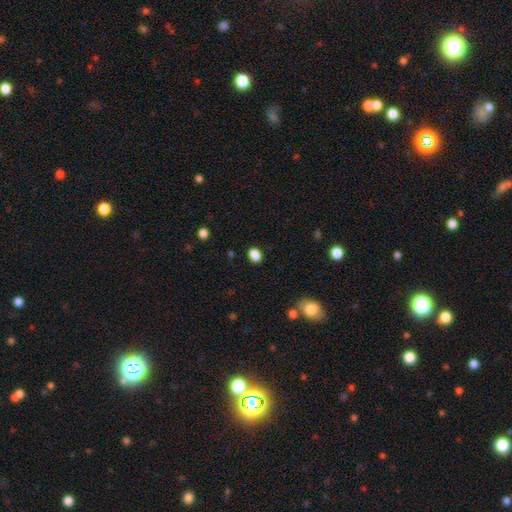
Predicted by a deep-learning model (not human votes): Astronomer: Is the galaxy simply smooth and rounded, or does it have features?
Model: smooth — 85%.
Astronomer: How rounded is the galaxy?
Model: in between — 67%.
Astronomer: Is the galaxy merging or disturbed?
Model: none — 84%.